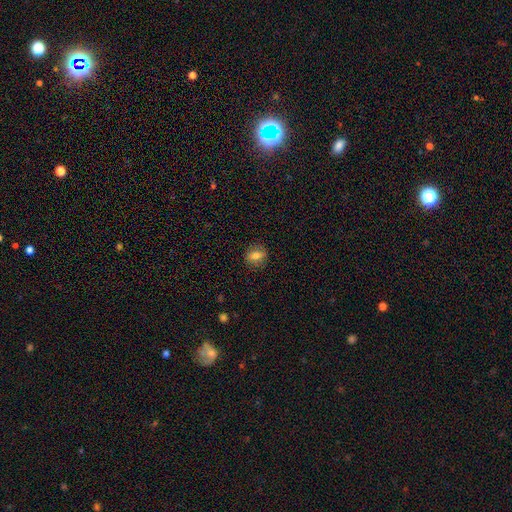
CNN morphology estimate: This appears to be a smooth galaxy with no disk features (72%) that is round (66%). Merging: none (88%).